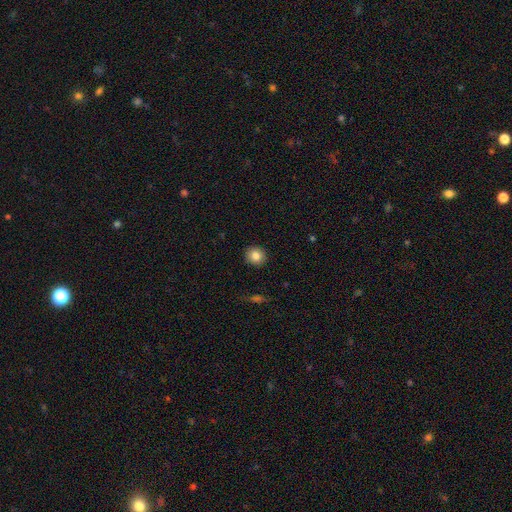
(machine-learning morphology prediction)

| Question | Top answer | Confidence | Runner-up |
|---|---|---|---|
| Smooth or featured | smooth | 83% | star or artifact (10%) |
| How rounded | round | 88% | in between (11%) |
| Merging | none | 91% | minor disturbance (6%) |